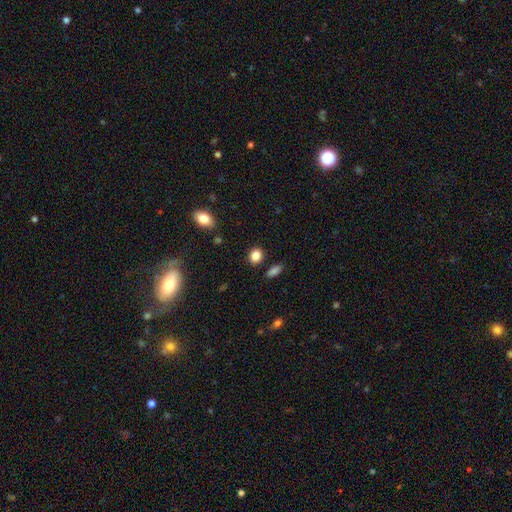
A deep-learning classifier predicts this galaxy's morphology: Smooth or featured? Predicted: smooth (p=0.85). How rounded? Predicted: round (p=0.62). Merging? Predicted: none (p=0.85).